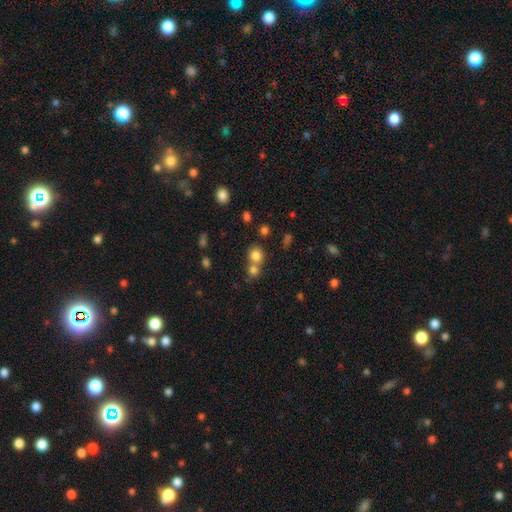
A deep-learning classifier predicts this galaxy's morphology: The model was most divided on "merging": none: 48%, merger: 43%, minor disturbance: 6%, major disturbance: 3%. More confident: how rounded — round (83%); smooth or featured — smooth (79%).